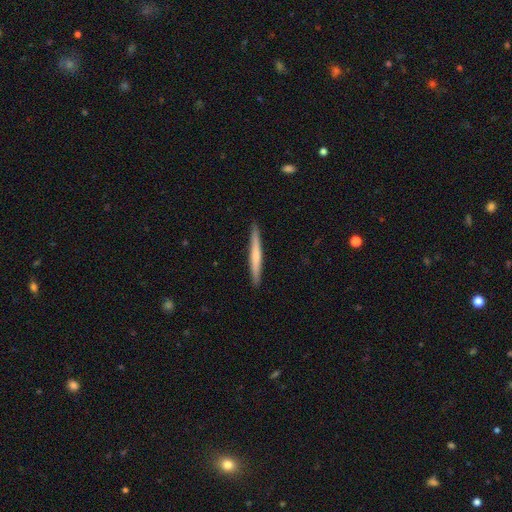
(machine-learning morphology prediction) smooth-or-featured: smooth: 57% | featured or disk: 38% | star or artifact: 5%
  how-rounded: cigar-shaped: 97% | in between: 2% | round: 1%
  merging: none: 91% | minor disturbance: 6% | major disturbance: 1% | merger: 1%